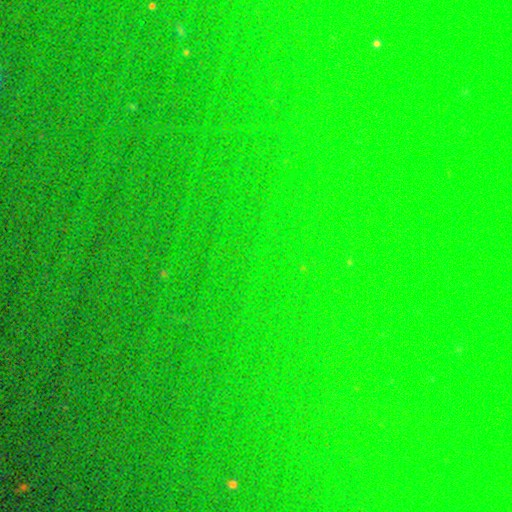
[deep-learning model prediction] This is clearly a star or artifact rather than a galaxy (80%).